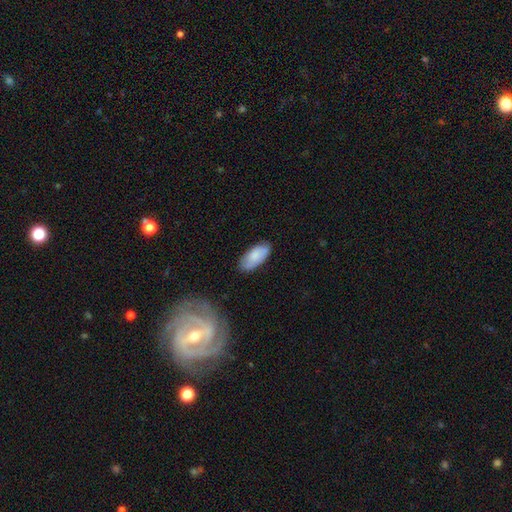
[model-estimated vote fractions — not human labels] smooth-or-featured: smooth: 80% | featured or disk: 14% | star or artifact: 6%
  how-rounded: in between: 91% | cigar-shaped: 7% | round: 2%
  merging: none: 78% | minor disturbance: 18% | major disturbance: 3% | merger: 2%